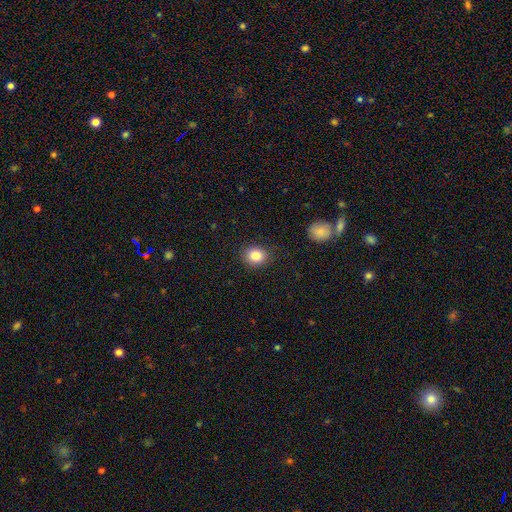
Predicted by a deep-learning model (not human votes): This is clearly a smooth galaxy (84%). How rounded: likely round (72%). Merging: clearly none (87%).